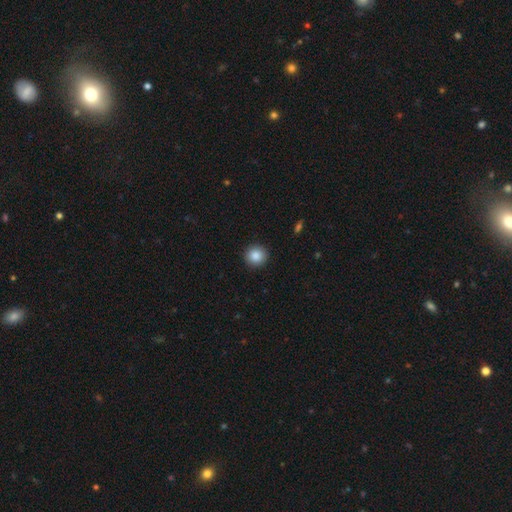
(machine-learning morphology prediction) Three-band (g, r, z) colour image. It shows a smooth galaxy with no disk features (87%) that is round (94%). Merging: none (92%).